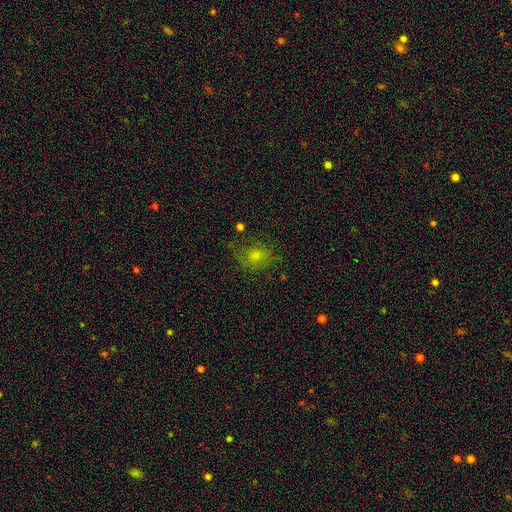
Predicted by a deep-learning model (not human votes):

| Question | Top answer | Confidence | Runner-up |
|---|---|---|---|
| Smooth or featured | smooth | 57% | star or artifact (24%) |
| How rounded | round | 62% | in between (37%) |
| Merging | none | 67% | minor disturbance (19%) |